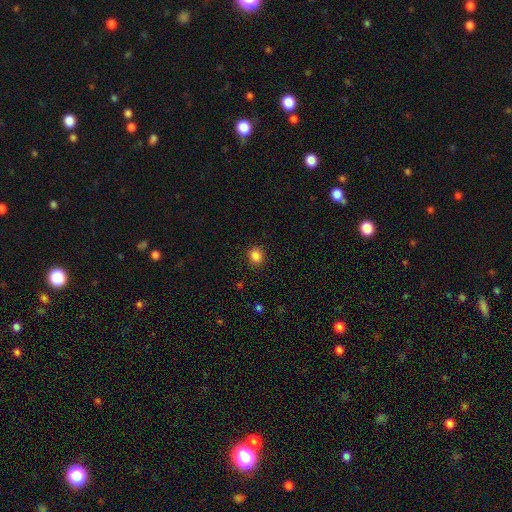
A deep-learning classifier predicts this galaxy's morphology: smooth 85%, star or artifact 11%, featured or disk 4%. Down the decision tree: how rounded — round (78%); merging — none (90%).